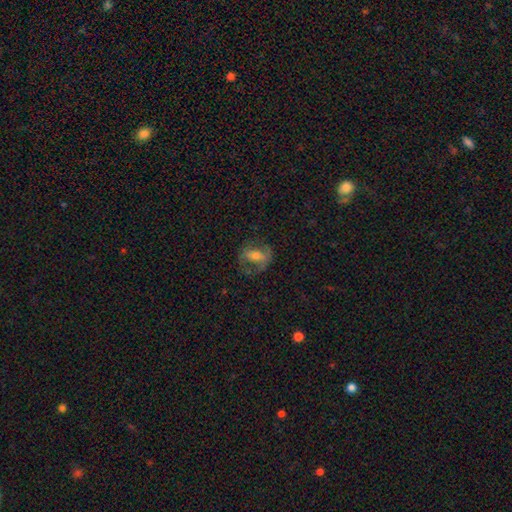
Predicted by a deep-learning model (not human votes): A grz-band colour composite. It shows a featured or disk galaxy (51%). Merging: none (62%).